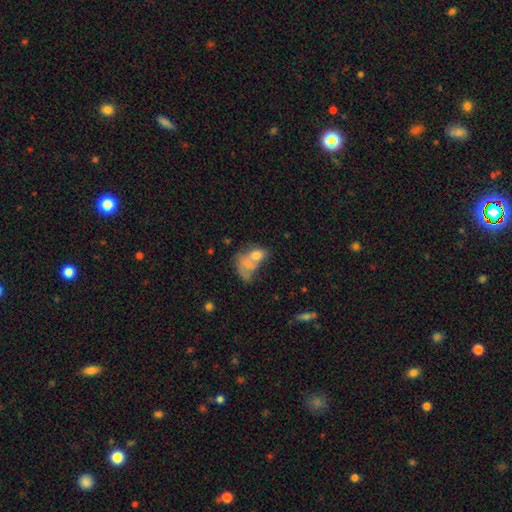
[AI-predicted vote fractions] A smooth galaxy with no disk features (70%) that is in between round and cigar-shaped (80%). Merging: merger (65%).